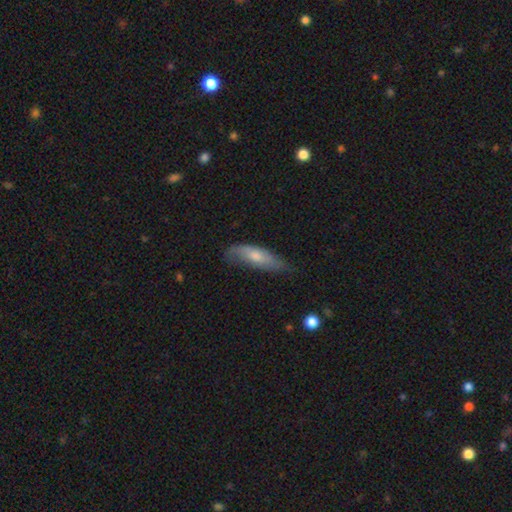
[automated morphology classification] smooth 58%, featured or disk 36%, star or artifact 6%. Down the decision tree: how rounded — cigar-shaped (51%); merging — none (60%).